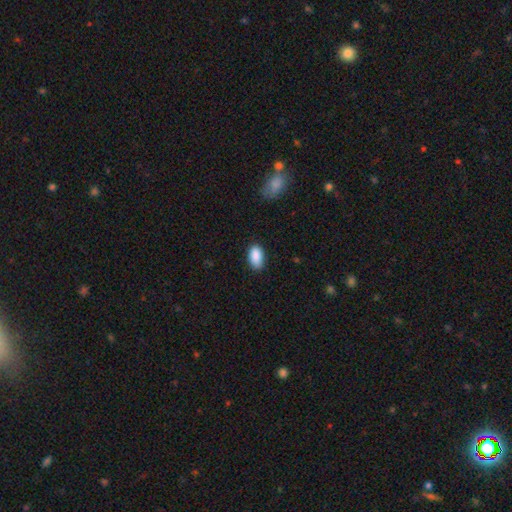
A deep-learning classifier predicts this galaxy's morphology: This is clearly a smooth galaxy (89%). How rounded: clearly in between (94%). Merging: clearly none (82%).